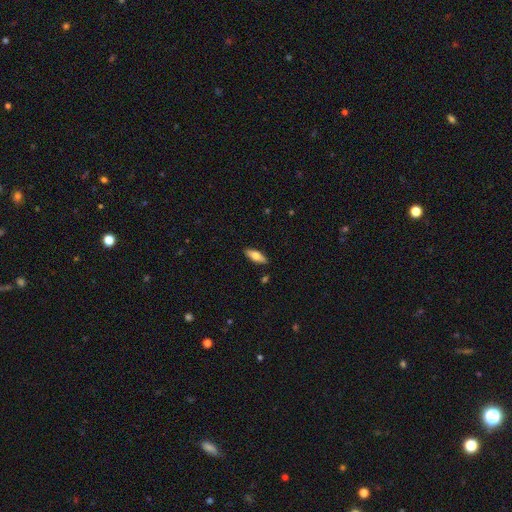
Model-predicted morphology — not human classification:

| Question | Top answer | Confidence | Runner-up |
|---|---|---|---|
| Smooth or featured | smooth | 71% | featured or disk (23%) |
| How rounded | in between | 72% | cigar-shaped (26%) |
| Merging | none | 88% | minor disturbance (9%) |